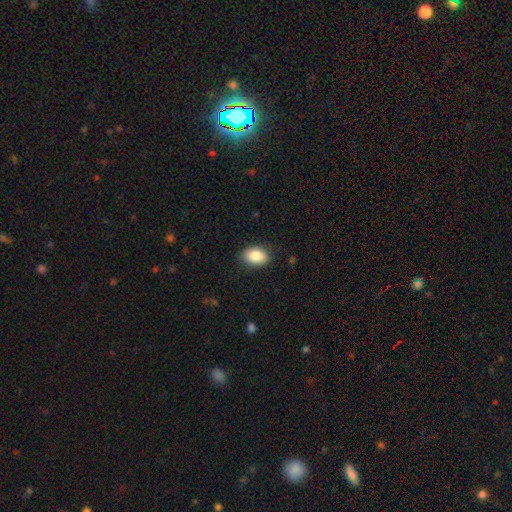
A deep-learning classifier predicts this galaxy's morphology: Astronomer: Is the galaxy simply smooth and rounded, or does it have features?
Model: smooth — 87%.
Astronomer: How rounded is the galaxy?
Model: in between — 86%.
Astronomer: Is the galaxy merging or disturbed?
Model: none — 85%.